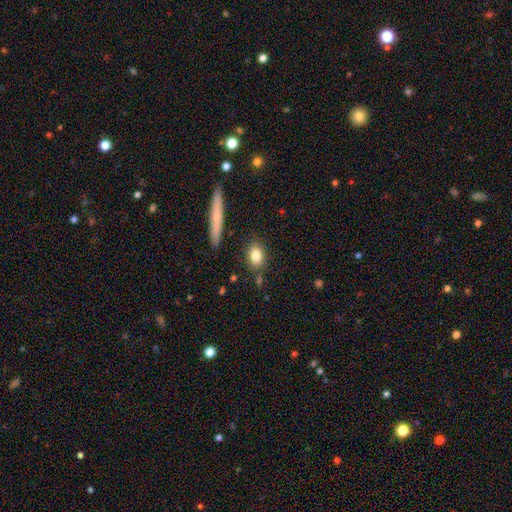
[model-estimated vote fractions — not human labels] A smooth galaxy with no disk features (80%) that is in between round and cigar-shaped (72%).

Vote fractions:
- Smooth or featured? smooth: 80% / featured or disk: 12% / star or artifact: 8%
- How rounded? in between: 72% / round: 22% / cigar-shaped: 6%
- Merging? none: 81% / minor disturbance: 12% / merger: 5% / major disturbance: 3%